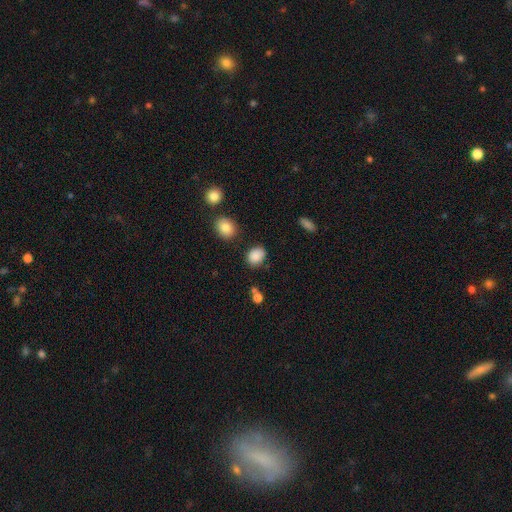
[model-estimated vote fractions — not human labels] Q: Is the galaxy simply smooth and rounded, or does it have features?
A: smooth — 86%.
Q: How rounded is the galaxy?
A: in between — 57%.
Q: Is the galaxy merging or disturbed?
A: none — 77%.